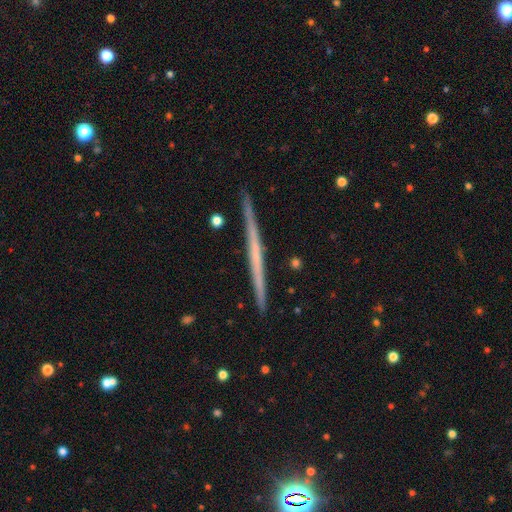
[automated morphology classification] Smooth or featured? featured or disk (62%)
Edge-on disk? yes (98%)
Edge-on bulge? none (89%)
Merging? none (91%)